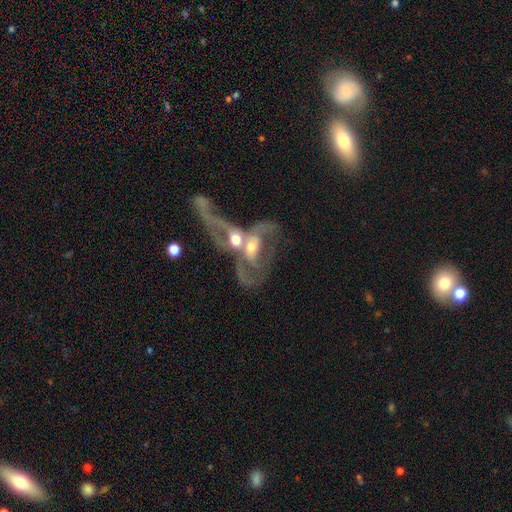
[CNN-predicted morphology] type=featured or disk (71%); edge-on=no (90%); bar=no (63%); spiral arms=yes (60%); bulge=moderate (60%); merging=merger (71%).